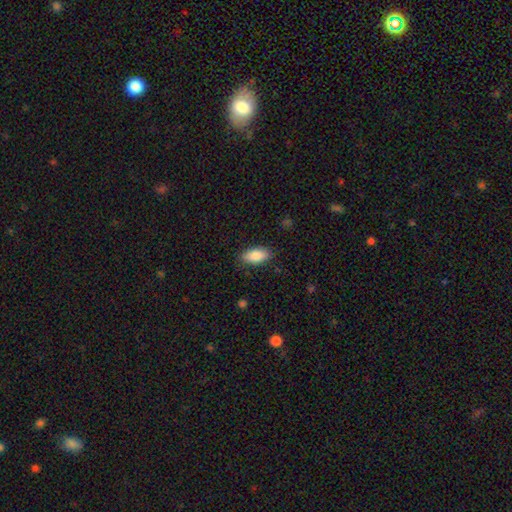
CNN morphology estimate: Smooth or featured?
  - smooth: 84% *
  - featured or disk: 9%
  - star or artifact: 7%
How rounded?
  - in between: 91% *
  - cigar-shaped: 7%
  - round: 3%
Merging?
  - none: 85% *
  - minor disturbance: 11%
  - major disturbance: 3%
  - merger: 1%